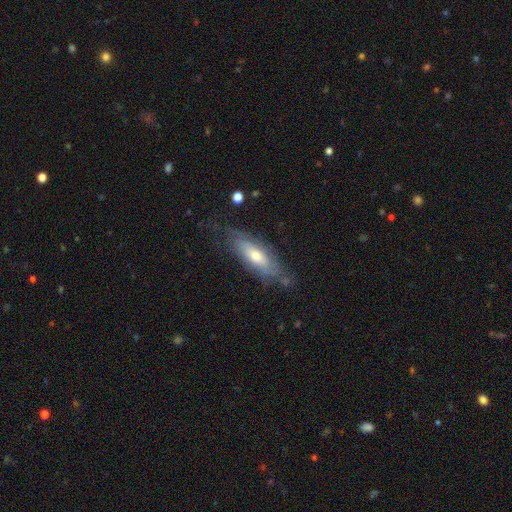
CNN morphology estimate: Smooth or featured: featured or disk — 53% (smooth — 41%)
Edge-on disk: no — 65% (yes — 35%)
Merging: none — 63% (minor disturbance — 25%)